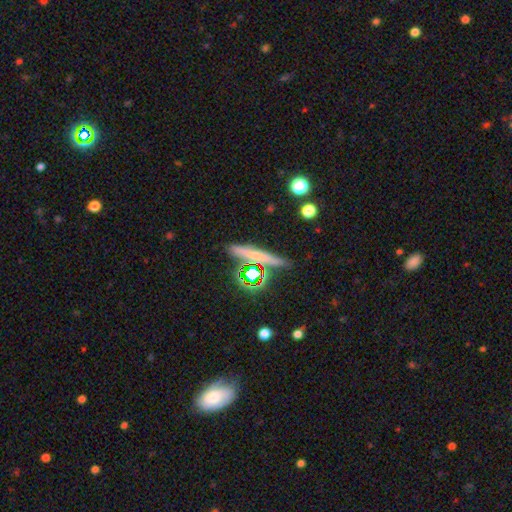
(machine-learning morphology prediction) smooth_or_featured: smooth (p=0.51) [alt: featured or disk p=0.30]
how_rounded: cigar-shaped (p=0.79) [alt: in between p=0.11]
merging: none (p=0.79) [alt: minor disturbance p=0.11]